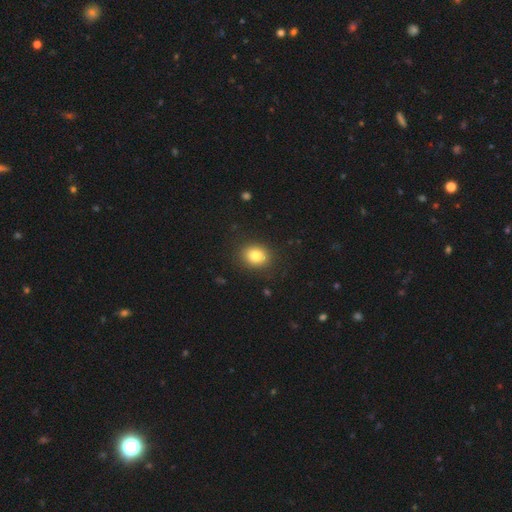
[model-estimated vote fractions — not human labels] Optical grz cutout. It shows a smooth galaxy with no disk features (82%) that is round (58%). Merging: none (87%).